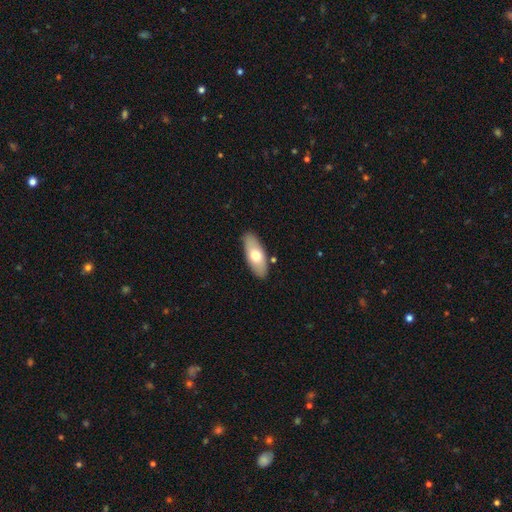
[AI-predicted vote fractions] Smooth or featured? Predicted: smooth (p=0.66). How rounded? Predicted: in between (p=0.83). Merging? Predicted: none (p=0.86).